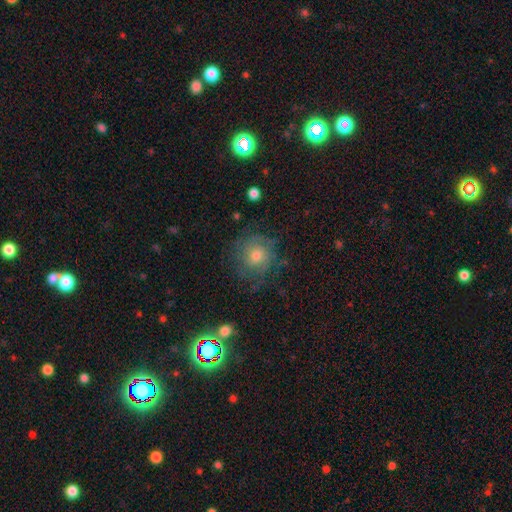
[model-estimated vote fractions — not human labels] This is possibly a featured or disk galaxy (57%). It is clearly not viewed edge-on (96%). Bar: likely no (76%). Spiral arm pattern: clearly yes (90%). Central bulge: possibly moderate (56%). Merging: likely none (77%).